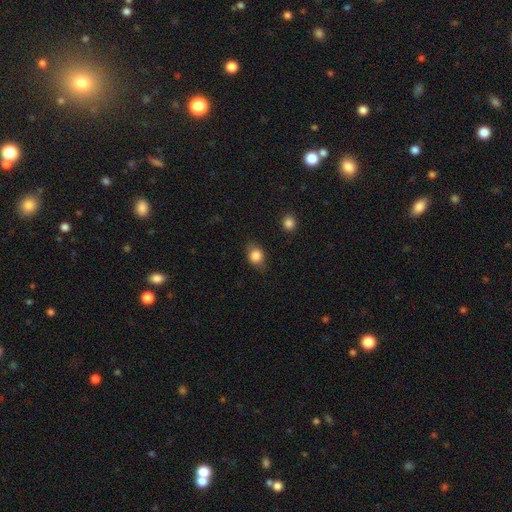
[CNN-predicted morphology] Smooth or featured? smooth (83%)
How rounded? in between (49%, tied with round)
Merging? none (75%)